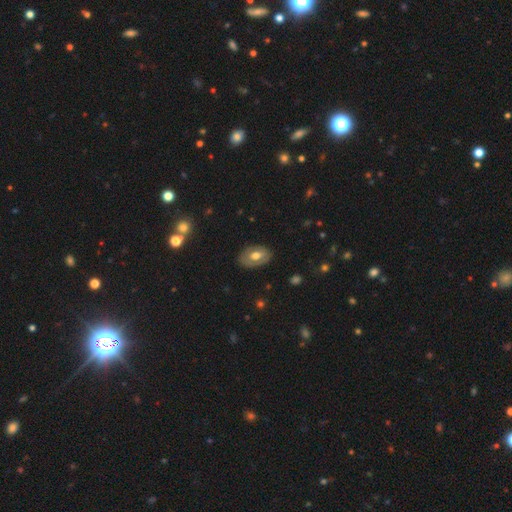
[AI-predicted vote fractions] This appears to be a smooth galaxy with no disk features (54%) that is in between round and cigar-shaped (86%). Merging: none (80%).